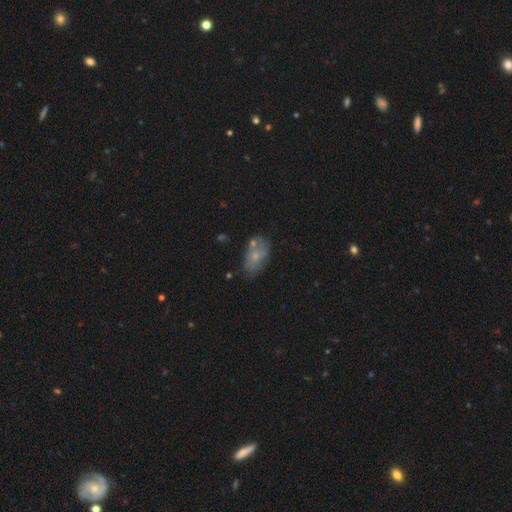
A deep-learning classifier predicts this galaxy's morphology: Smooth or featured? Predicted: smooth (p=0.60). How rounded? Predicted: in between (p=0.88). Merging? Predicted: none (p=0.47).